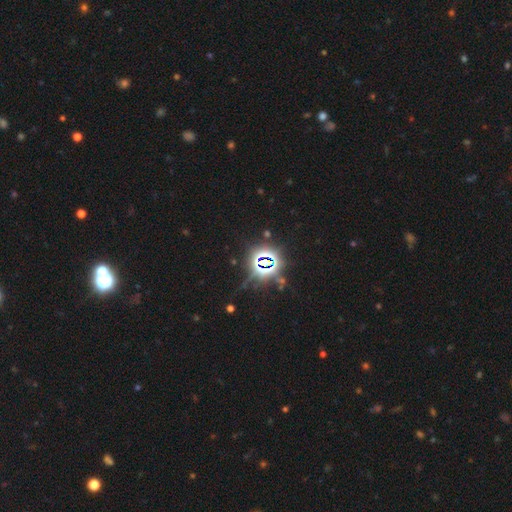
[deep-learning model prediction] Smooth or featured: star or artifact — 82% (smooth — 10%)